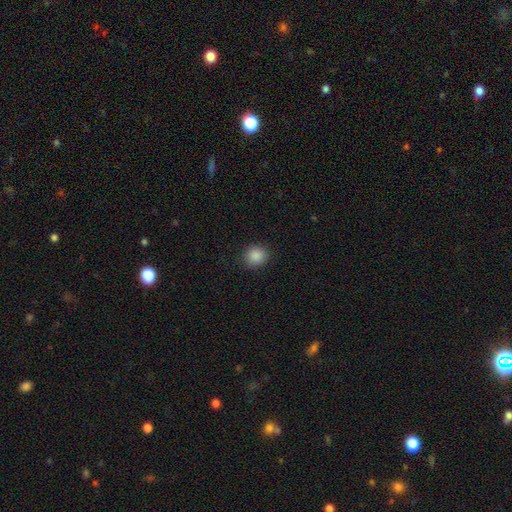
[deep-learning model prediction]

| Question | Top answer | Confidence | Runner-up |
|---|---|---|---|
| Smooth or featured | smooth | 88% | star or artifact (9%) |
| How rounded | round | 84% | in between (15%) |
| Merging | none | 89% | minor disturbance (8%) |